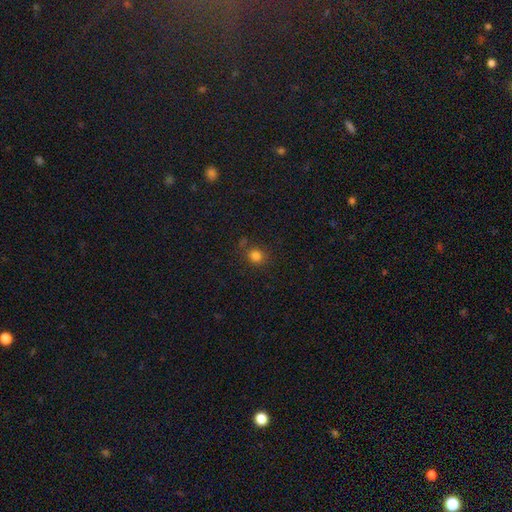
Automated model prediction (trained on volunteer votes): A smooth galaxy with no disk features (79%) that is round (82%). Merging: none (77%).